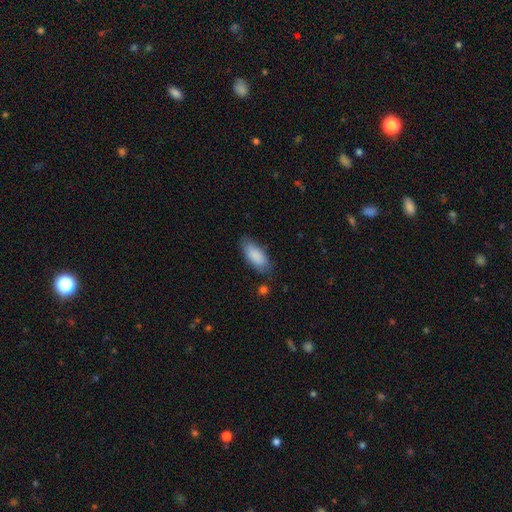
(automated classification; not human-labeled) A smooth galaxy with no disk features (87%) that is in between round and cigar-shaped (86%). Merging: none (77%).